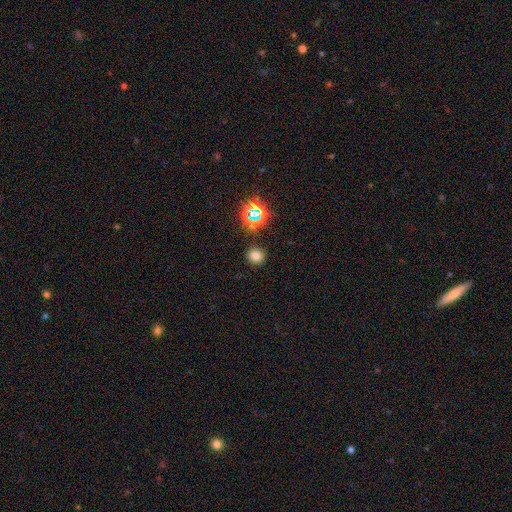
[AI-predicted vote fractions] Q: Smooth or featured?
A: smooth (72%); runner-up: star or artifact (21%)
Q: How rounded?
A: round (83%); runner-up: in between (16%)
Q: Merging?
A: none (87%); runner-up: minor disturbance (8%)